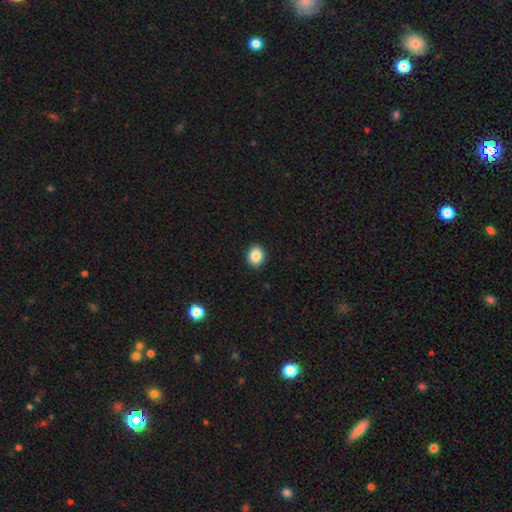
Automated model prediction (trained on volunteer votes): A smooth galaxy with no disk features (86%) that is round (64%). Merging: none (91%).